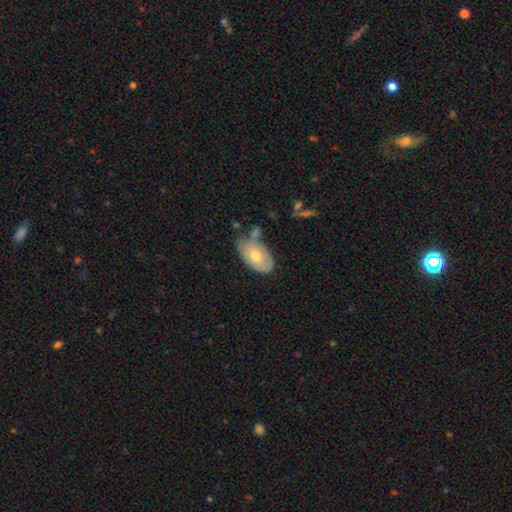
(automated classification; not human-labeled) Overall: smooth (60%; featured or disk 33%). How rounded: in between (91%). Merging: none (45%; minor disturbance 31%).